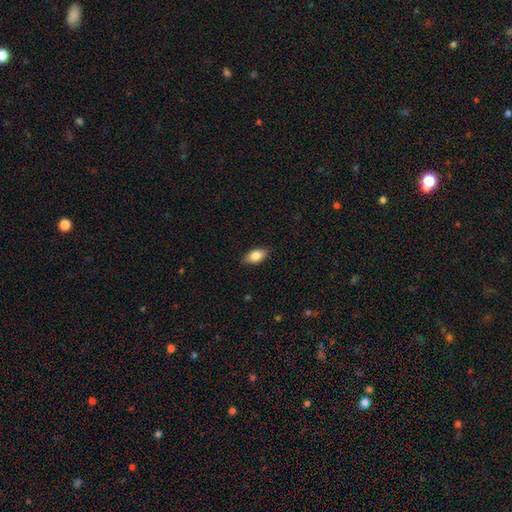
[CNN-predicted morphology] type=smooth (84%); roundness=in between (92%); merging=none (87%).